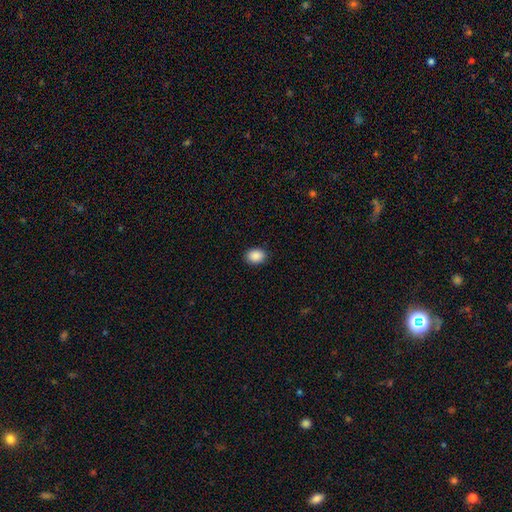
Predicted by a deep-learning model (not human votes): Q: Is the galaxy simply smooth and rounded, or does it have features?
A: smooth — 89%.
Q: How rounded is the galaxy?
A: in between — 65%.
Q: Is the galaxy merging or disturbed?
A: none — 90%.